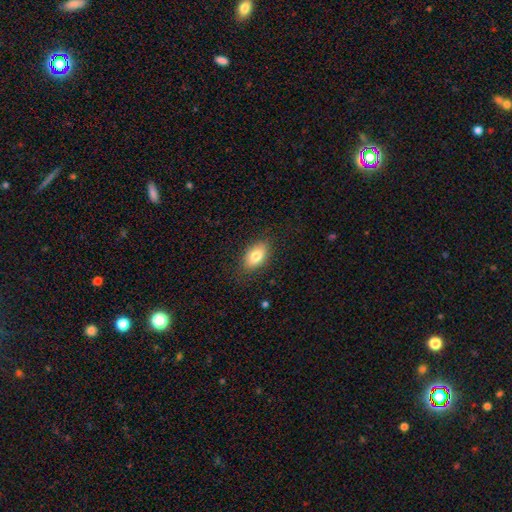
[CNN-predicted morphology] smooth-or-featured: smooth: 80% | featured or disk: 12% | star or artifact: 8%
  how-rounded: in between: 90% | round: 8% | cigar-shaped: 3%
  merging: none: 83% | minor disturbance: 12% | major disturbance: 3% | merger: 1%